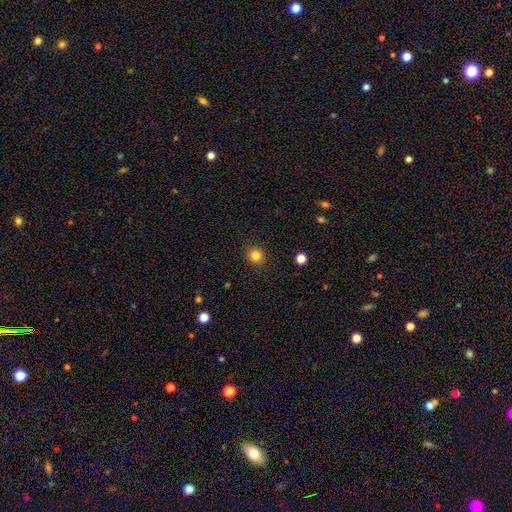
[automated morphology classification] Smooth or featured? Predicted: smooth (p=0.83). How rounded? Predicted: round (p=0.87). Merging? Predicted: none (p=0.90).